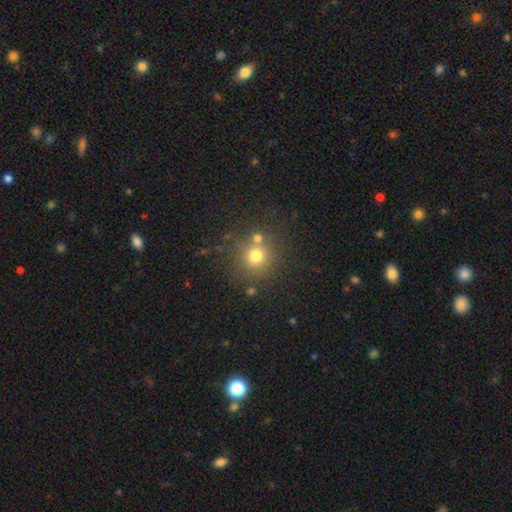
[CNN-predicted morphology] Smooth or featured? smooth (73%)
How rounded? round (91%)
Merging? none (70%)